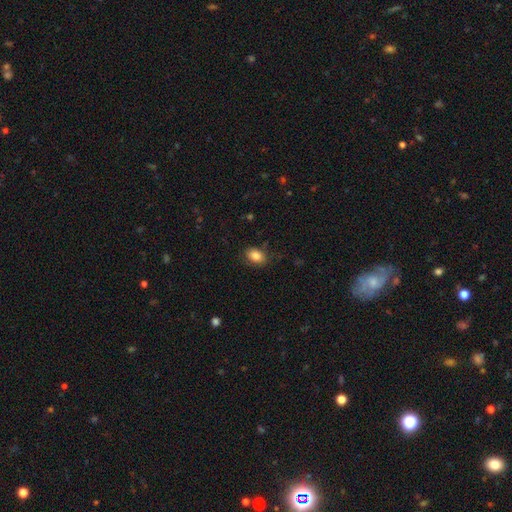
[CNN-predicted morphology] smooth 86%, star or artifact 9%, featured or disk 5%. Down the decision tree: how rounded — in between (77%); merging — none (80%).